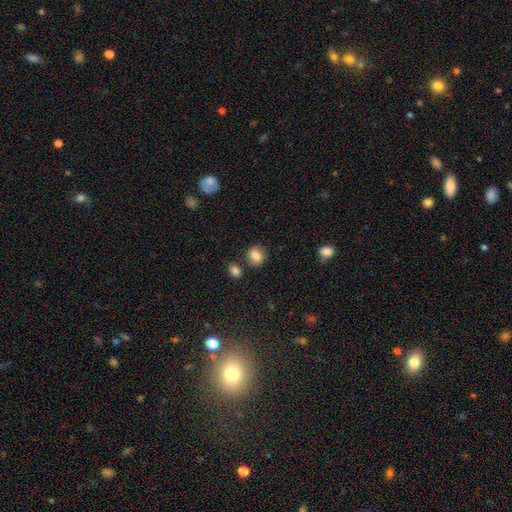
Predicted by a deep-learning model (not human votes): smooth 83%, star or artifact 9%, featured or disk 7%. Down the decision tree: how rounded — round (67%); merging — none (78%).